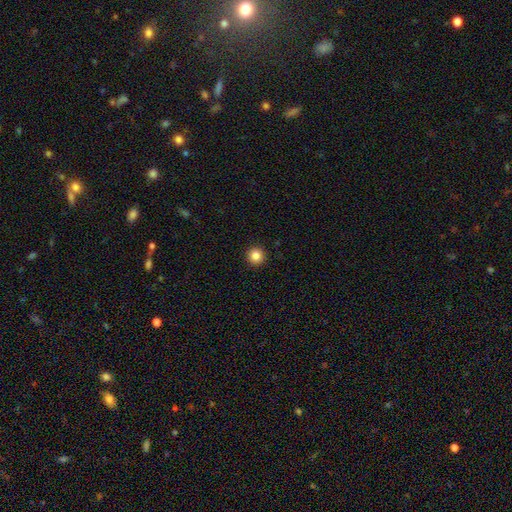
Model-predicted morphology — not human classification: A smooth galaxy with no disk features (85%) that is round (96%). Merging: none (94%).